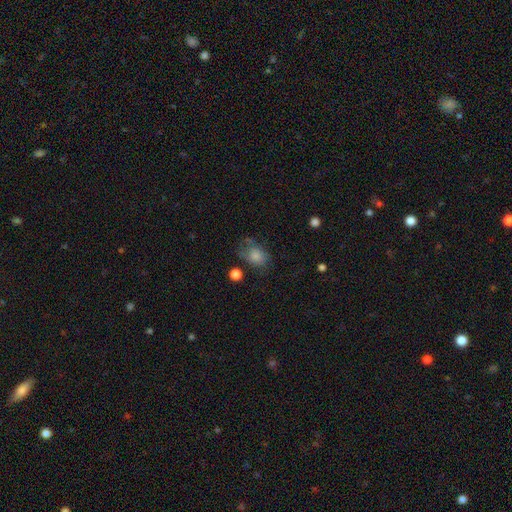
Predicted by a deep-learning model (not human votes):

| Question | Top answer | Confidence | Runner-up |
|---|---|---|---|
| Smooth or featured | smooth | 73% | featured or disk (17%) |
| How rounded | in between | 65% | round (34%) |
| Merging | none | 43% | minor disturbance (29%) |